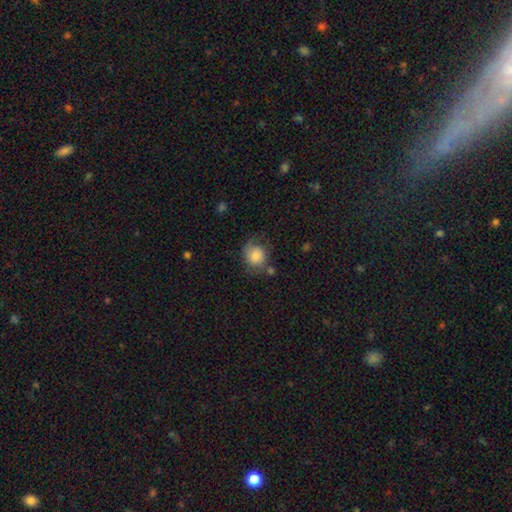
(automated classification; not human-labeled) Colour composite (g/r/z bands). It shows a smooth galaxy with no disk features (71%) that is round (70%). Merging: none (52%).